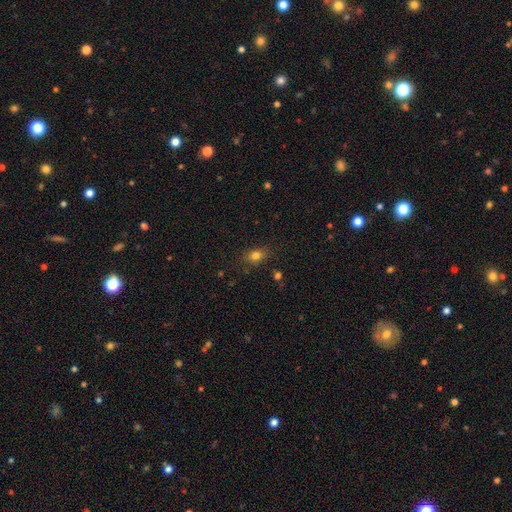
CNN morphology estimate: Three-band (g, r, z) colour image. It shows a smooth galaxy with no disk features (81%) that is in between round and cigar-shaped (67%). Merging: none (79%).